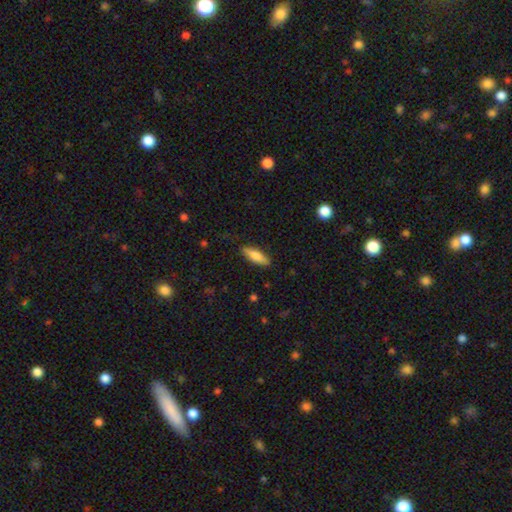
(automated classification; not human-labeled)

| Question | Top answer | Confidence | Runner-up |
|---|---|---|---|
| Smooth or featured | smooth | 79% | featured or disk (15%) |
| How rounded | in between | 61% | cigar-shaped (37%) |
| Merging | none | 84% | minor disturbance (12%) |